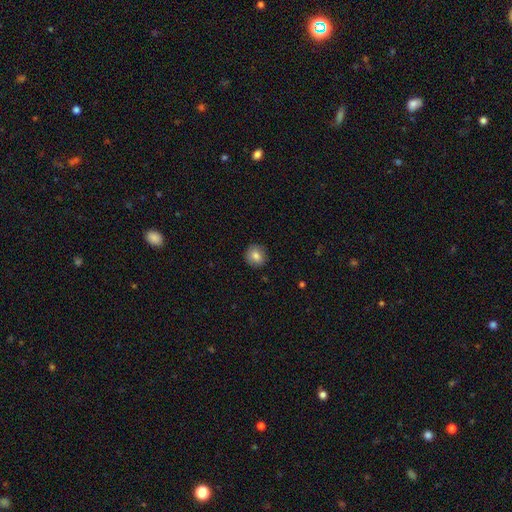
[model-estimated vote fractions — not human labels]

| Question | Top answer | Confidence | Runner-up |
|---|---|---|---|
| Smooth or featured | smooth | 81% | featured or disk (10%) |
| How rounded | round | 85% | in between (14%) |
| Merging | none | 89% | minor disturbance (8%) |